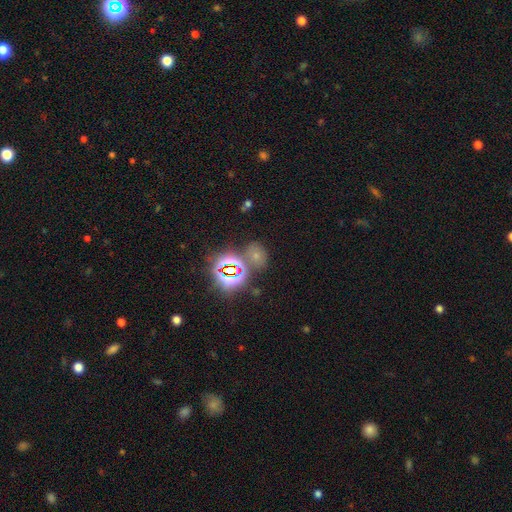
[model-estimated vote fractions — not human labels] A smooth galaxy with no disk features (46%).

Vote fractions:
- Smooth or featured? smooth: 46% / star or artifact: 45% / featured or disk: 9%
- Merging? none: 67% / merger: 14% / minor disturbance: 13% / major disturbance: 6%